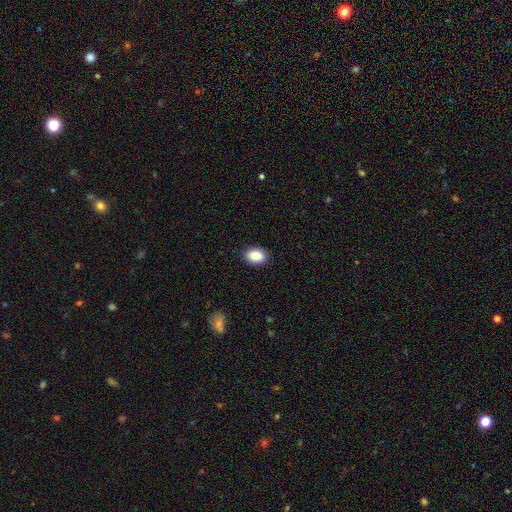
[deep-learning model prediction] This is clearly a smooth galaxy (89%). How rounded: clearly in between (83%). Merging: clearly none (89%).